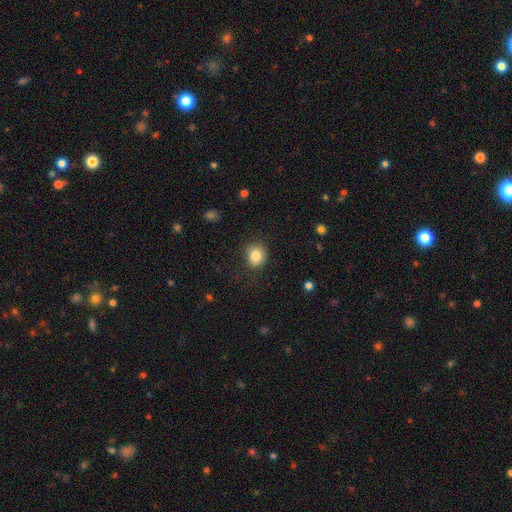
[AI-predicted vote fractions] smooth-or-featured: smooth: 83% | star or artifact: 10% | featured or disk: 7%
  how-rounded: round: 73% | in between: 26% | cigar-shaped: 1%
  merging: none: 82% | minor disturbance: 13% | major disturbance: 4% | merger: 1%